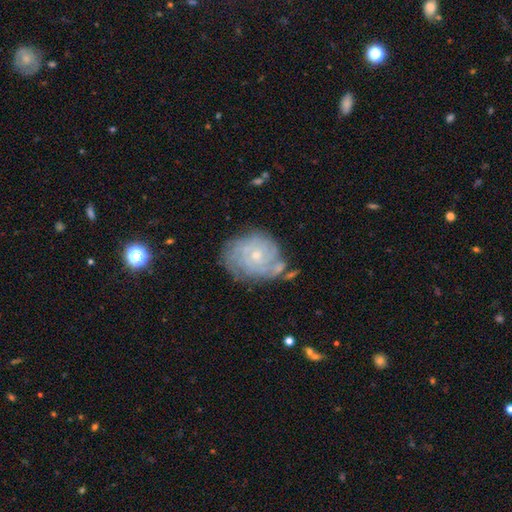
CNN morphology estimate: Q: Smooth or featured?
A: featured or disk (77%); runner-up: smooth (15%)
Q: Edge-on disk?
A: no (97%); runner-up: yes (3%)
Q: Bar?
A: no (77%); runner-up: weak (20%)
Q: Spiral arms?
A: yes (92%); runner-up: no (8%)
Q: Spiral winding?
A: tight (77%); runner-up: medium (18%)
Q: Spiral arm count?
A: can't tell (46%); runner-up: 4 (15%)
Q: Bulge size?
A: small (70%); runner-up: moderate (26%)
Q: Merging?
A: none (61%); runner-up: minor disturbance (23%)